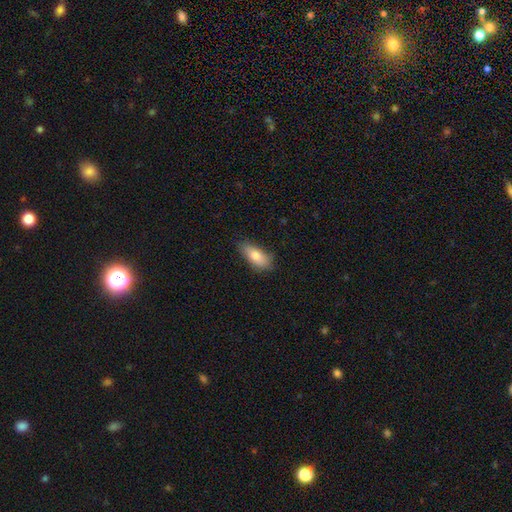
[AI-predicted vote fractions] Smooth or featured? Predicted: smooth (p=0.80). How rounded? Predicted: in between (p=0.81). Merging? Predicted: none (p=0.75).